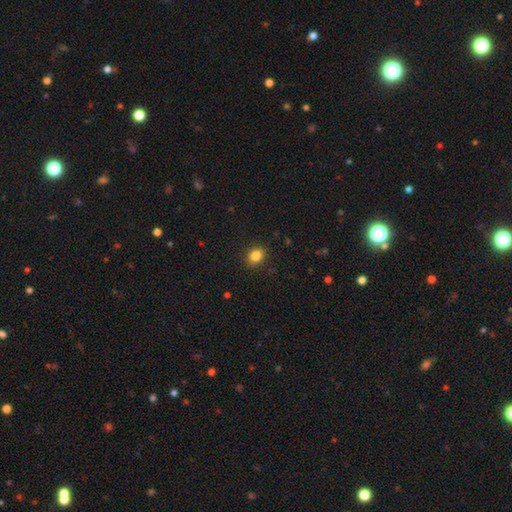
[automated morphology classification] The model was most divided on "how rounded": round: 65%, in between: 34%, cigar-shaped: 1%. More confident: merging — none (91%); smooth or featured — smooth (84%).